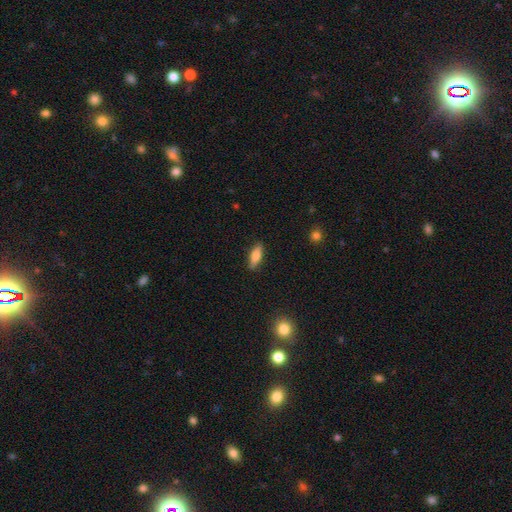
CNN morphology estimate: Smooth or featured? Predicted: smooth (p=0.72). How rounded? Predicted: in between (p=0.55). Merging? Predicted: none (p=0.87).